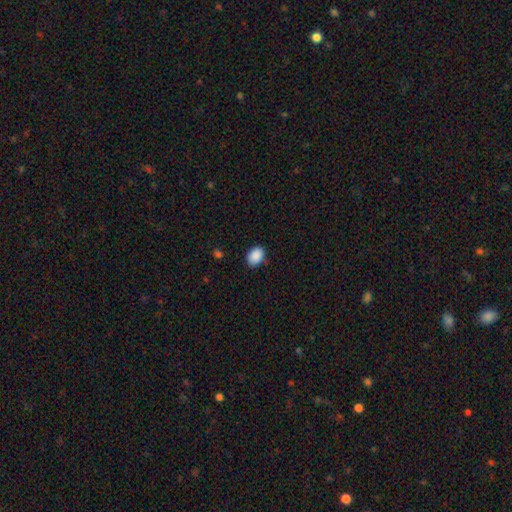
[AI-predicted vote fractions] Q: Smooth or featured?
A: smooth (90%); runner-up: star or artifact (8%)
Q: How rounded?
A: in between (72%); runner-up: round (27%)
Q: Merging?
A: none (86%); runner-up: minor disturbance (11%)